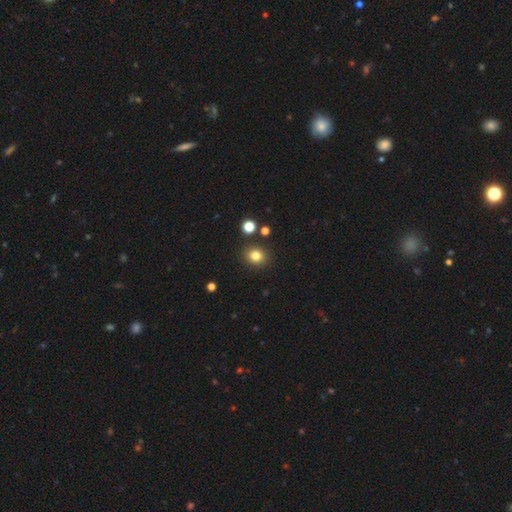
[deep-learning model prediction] smooth_or_featured: smooth (p=0.81) [alt: star or artifact p=0.13]
how_rounded: round (p=0.78) [alt: in between p=0.21]
merging: none (p=0.87) [alt: minor disturbance p=0.07]